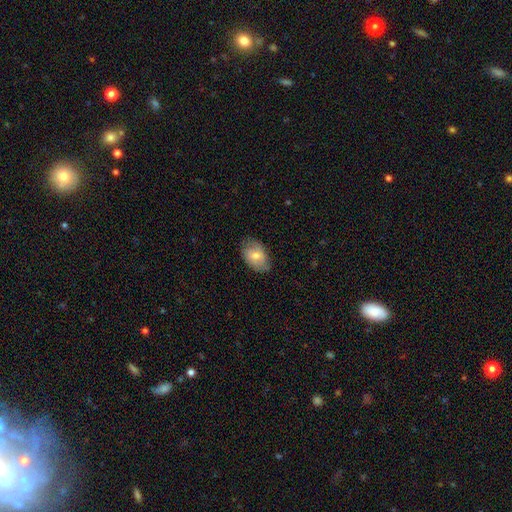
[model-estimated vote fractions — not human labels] Q: Smooth or featured?
A: smooth (62%); runner-up: featured or disk (31%)
Q: How rounded?
A: in between (87%); runner-up: round (12%)
Q: Merging?
A: none (76%); runner-up: minor disturbance (19%)